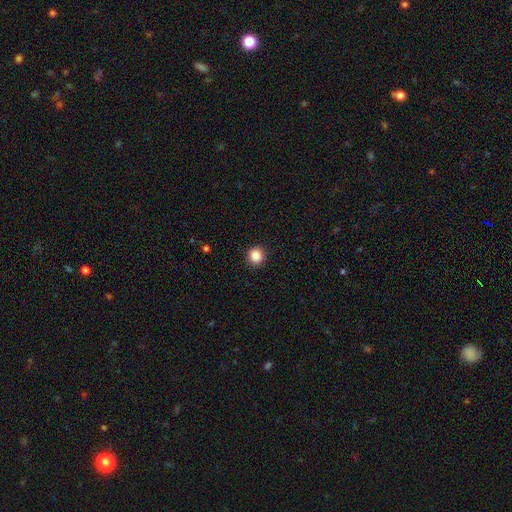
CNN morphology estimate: smooth_or_featured: smooth (p=0.88) [alt: star or artifact p=0.10]
how_rounded: round (p=0.92) [alt: in between p=0.07]
merging: none (p=0.92) [alt: minor disturbance p=0.05]